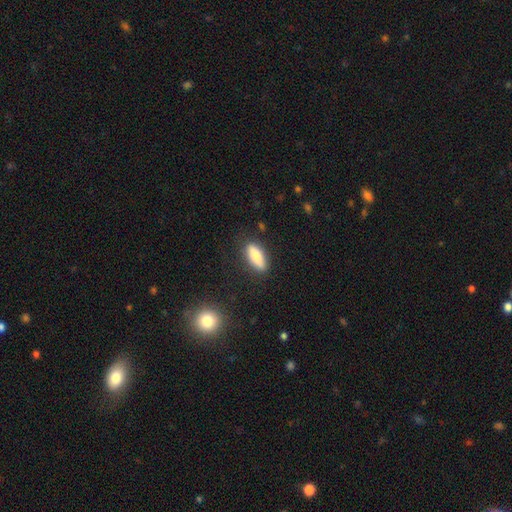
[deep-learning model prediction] The model was most divided on "how rounded": in between: 60%, cigar-shaped: 38%, round: 3%. More confident: merging — none (84%); smooth or featured — smooth (75%).